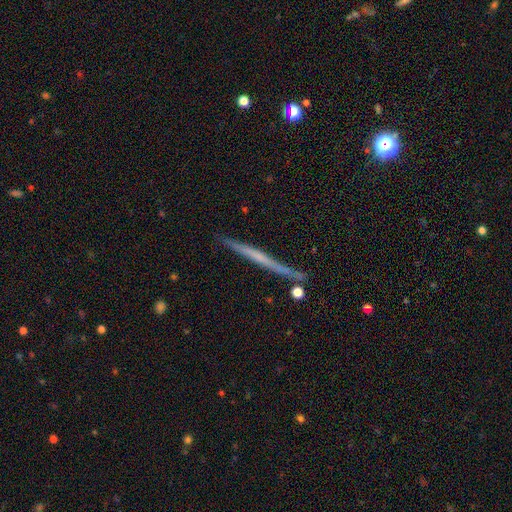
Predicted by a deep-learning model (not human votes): Q: Smooth or featured?
A: featured or disk (67%); runner-up: smooth (24%)
Q: Edge-on disk?
A: yes (98%); runner-up: no (2%)
Q: Edge-on bulge?
A: none (60%); runner-up: rounded (33%)
Q: Merging?
A: none (88%); runner-up: minor disturbance (8%)